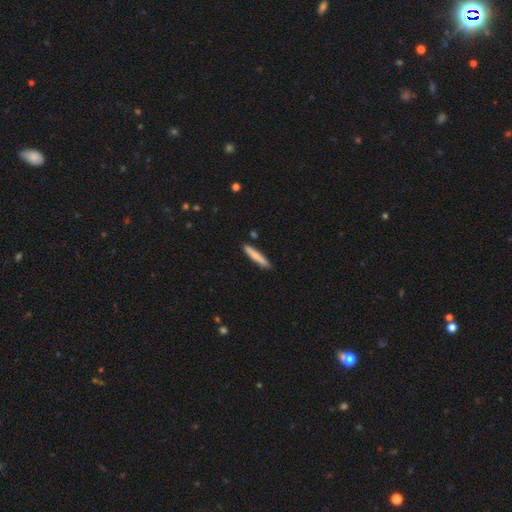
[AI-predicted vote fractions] A smooth galaxy with no disk features (78%) that is cigar-shaped (94%).

Vote fractions:
- Smooth or featured? smooth: 78% / featured or disk: 17% / star or artifact: 5%
- How rounded? cigar-shaped: 94% / in between: 5% / round: 1%
- Merging? none: 87% / minor disturbance: 9% / merger: 2% / major disturbance: 2%